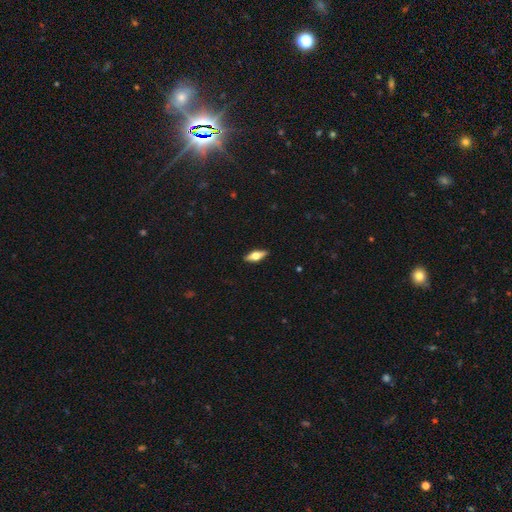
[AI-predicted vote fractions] featured or disk 48%, smooth 45%, star or artifact 6%. Down the decision tree: merging — none (89%).